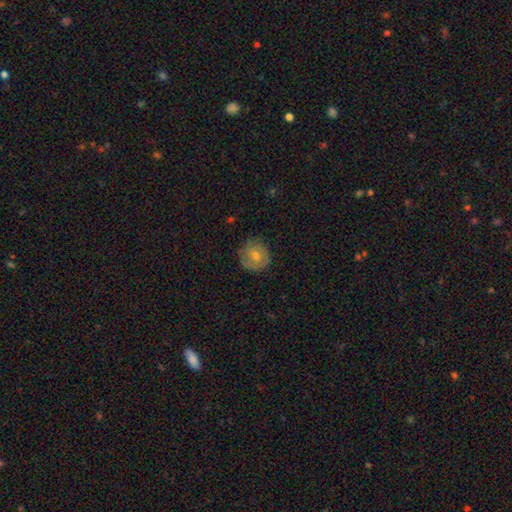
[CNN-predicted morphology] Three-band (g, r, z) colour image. It shows a smooth galaxy with no disk features (60%) that is round (92%). Merging: none (84%).